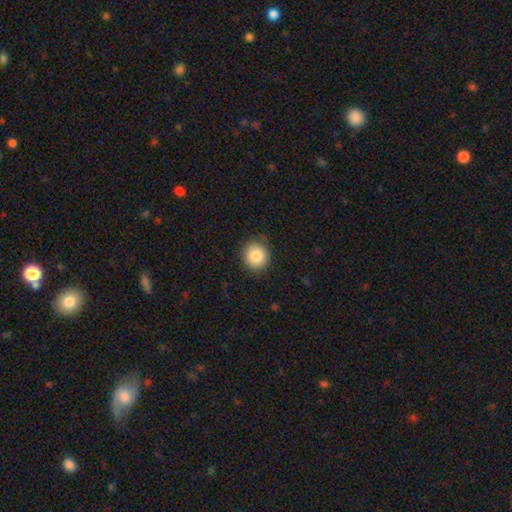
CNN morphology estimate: smooth 84%, star or artifact 9%, featured or disk 7%. Down the decision tree: how rounded — round (86%); merging — none (85%).